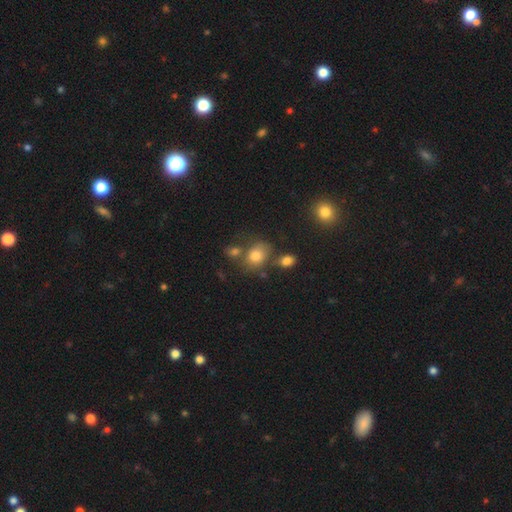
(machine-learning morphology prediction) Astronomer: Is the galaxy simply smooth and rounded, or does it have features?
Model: smooth — 76%.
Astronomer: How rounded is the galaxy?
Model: in between — 50% (runner-up: round, 49%).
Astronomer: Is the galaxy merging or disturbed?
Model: none — 55%.